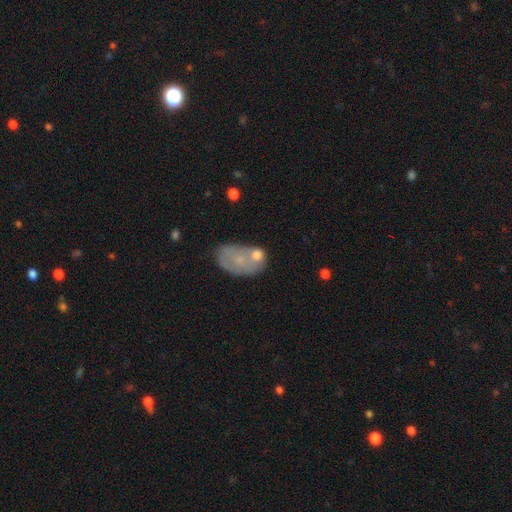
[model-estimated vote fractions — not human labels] The model was most divided on "merging": none: 32%, merger: 30%, minor disturbance: 23%, major disturbance: 15%. More confident: how rounded — in between (85%); smooth or featured — smooth (58%).